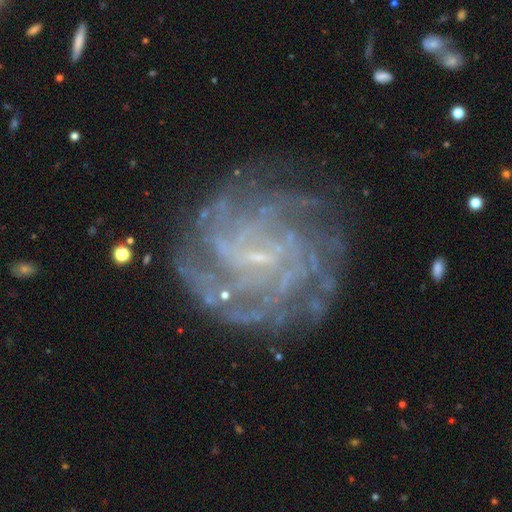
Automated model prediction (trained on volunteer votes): This appears to be a featured or disk galaxy (85%) with a weak bar (53%), tight (64%) spiral arms (94%) and a small central bulge (69%). Merging: none (77%).